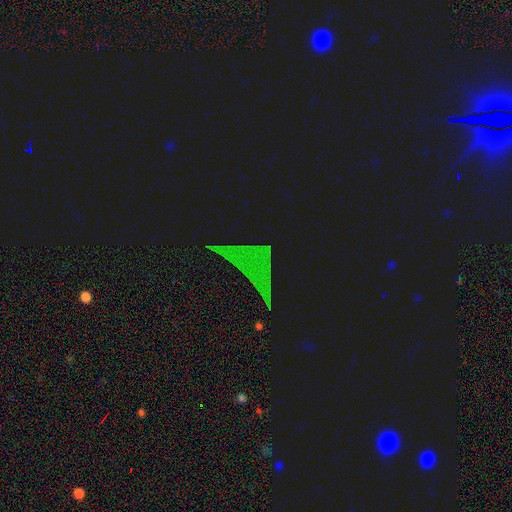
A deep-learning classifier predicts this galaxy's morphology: type=star or artifact (79%).